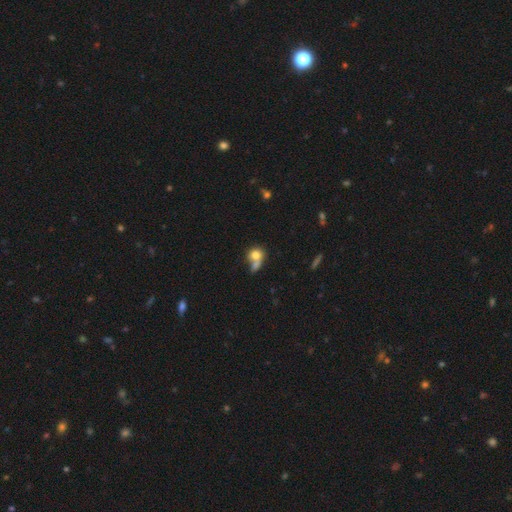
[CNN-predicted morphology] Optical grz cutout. It shows a smooth galaxy with no disk features (76%) that is round (75%). Merging: merger (51%).